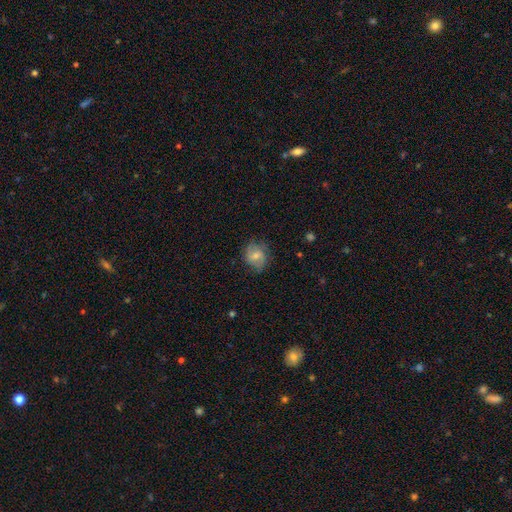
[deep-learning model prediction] Morphology: type=smooth (64%); roundness=round (63%); merging=none (69%).